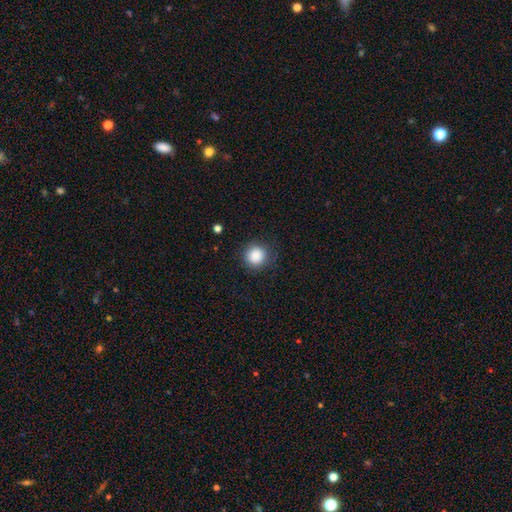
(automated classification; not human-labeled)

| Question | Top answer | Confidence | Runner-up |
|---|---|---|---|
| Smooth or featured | smooth | 87% | star or artifact (9%) |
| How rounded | round | 92% | in between (7%) |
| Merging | none | 84% | minor disturbance (11%) |